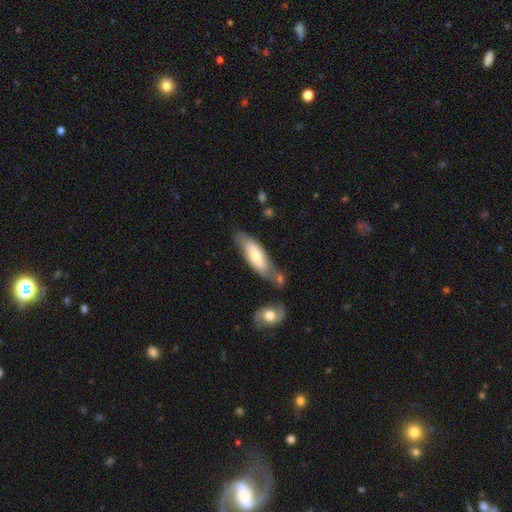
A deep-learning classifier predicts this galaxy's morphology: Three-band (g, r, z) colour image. It shows a smooth galaxy with no disk features (55%) that is in between round and cigar-shaped (60%). Merging: none (57%).